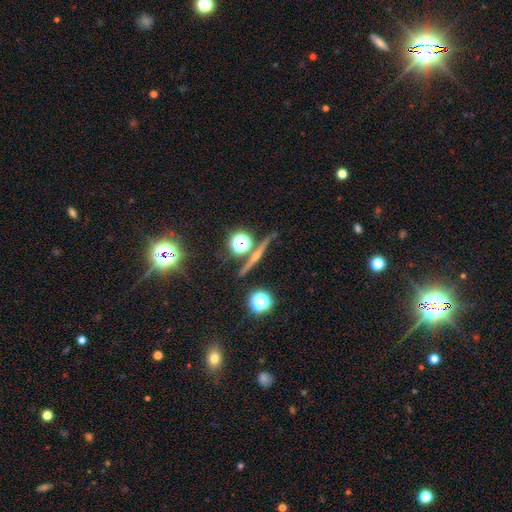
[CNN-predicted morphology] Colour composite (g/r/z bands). It shows a featured or disk galaxy (58%) viewed edge-on (94%) with a rounded central bulge (70%). Merging: none (86%).